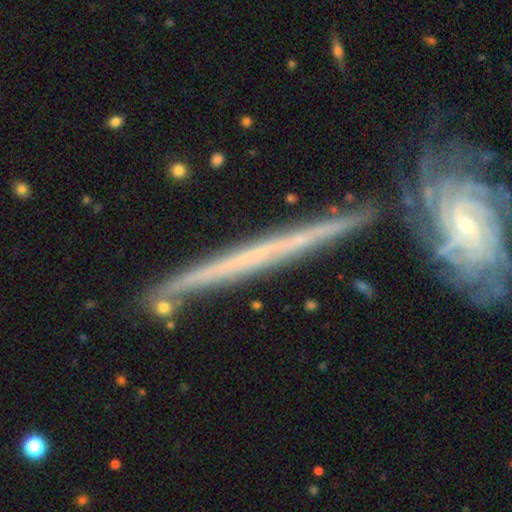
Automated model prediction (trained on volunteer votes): Smooth or featured?
  - featured or disk: 75% *
  - smooth: 19%
  - star or artifact: 7%
Edge-on disk?
  - yes: 88% *
  - no: 12%
Edge-on bulge?
  - none: 87% *
  - rounded: 10%
  - boxy: 3%
Merging?
  - none: 78% *
  - minor disturbance: 11%
  - merger: 8%
  - major disturbance: 3%